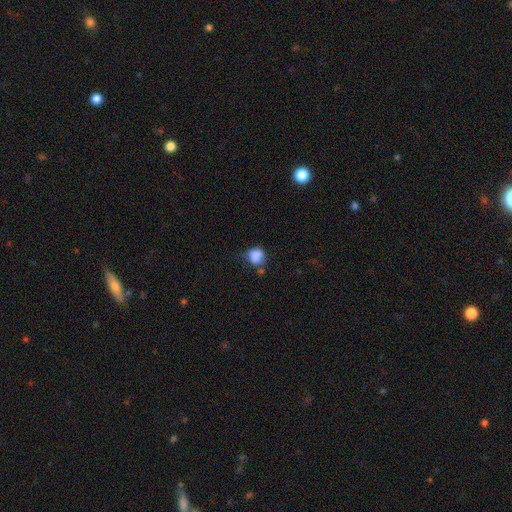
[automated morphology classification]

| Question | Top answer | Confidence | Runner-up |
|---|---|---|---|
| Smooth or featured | smooth | 82% | star or artifact (10%) |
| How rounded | round | 72% | in between (27%) |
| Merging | none | 42% | minor disturbance (36%) |